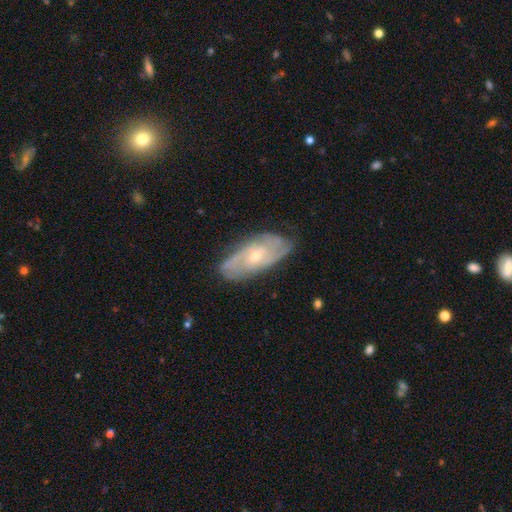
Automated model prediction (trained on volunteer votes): smooth-or-featured: featured or disk: 81% | smooth: 13% | star or artifact: 6%
  disk-edge-on: no: 92% | yes: 8%
    bar: no: 61% | weak: 34% | strong: 5%
    has-spiral-arms: yes: 94% | no: 6%
      spiral-winding: tight: 52% | medium: 37% | loose: 11%
      spiral-arm-count: can't tell: 34% | 2: 30% | 3: 19% | 4: 9% | 1: 4% | more than 4: 4%
    bulge-size: small: 56% | moderate: 40% | none: 1% | large: 1% | dominant: 1%
  merging: none: 77% | minor disturbance: 18% | major disturbance: 4% | merger: 1%